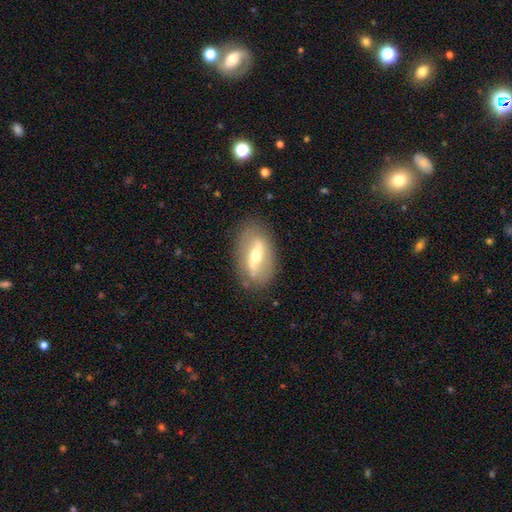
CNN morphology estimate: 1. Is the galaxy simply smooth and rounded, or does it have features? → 70% featured or disk, 23% smooth, 7% star or artifact.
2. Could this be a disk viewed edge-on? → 84% no, 16% yes.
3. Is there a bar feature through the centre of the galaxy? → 54% strong, 31% weak, 15% no.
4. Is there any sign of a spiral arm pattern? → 52% yes, 48% no.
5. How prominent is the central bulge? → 66% moderate, 24% small, 8% large, 1% dominant, 1% none.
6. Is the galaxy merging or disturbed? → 80% none, 13% minor disturbance, 5% major disturbance, 2% merger.